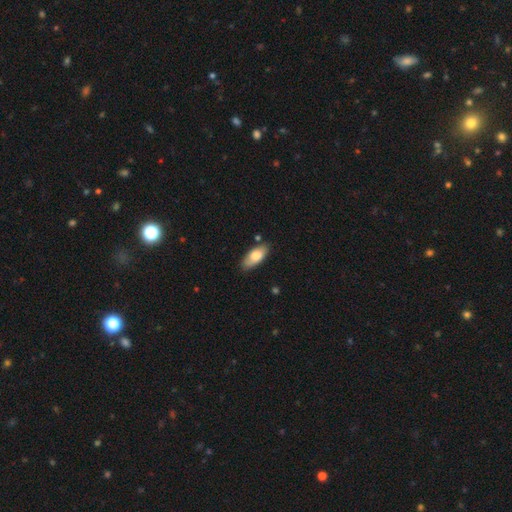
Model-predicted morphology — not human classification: This is likely a smooth galaxy (75%). How rounded: clearly in between (87%). Merging: likely none (79%).